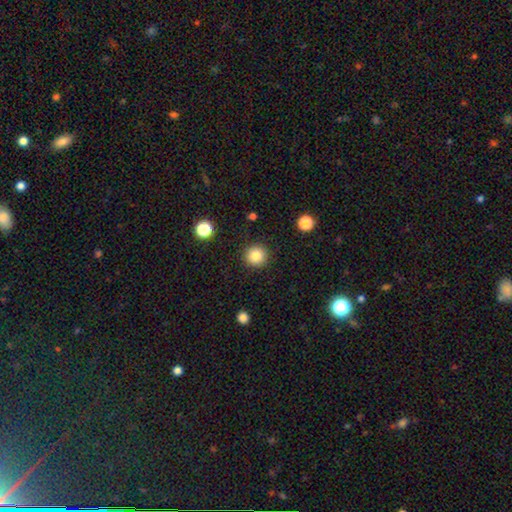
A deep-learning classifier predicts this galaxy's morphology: Overall: smooth (84%). How rounded: round (95%). Merging: none (91%).